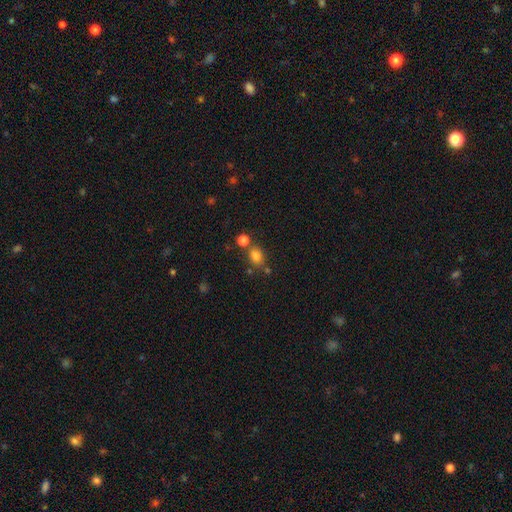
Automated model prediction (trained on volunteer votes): Overall: smooth (78%). How rounded: round (51%; in between 48%). Merging: none (66%).